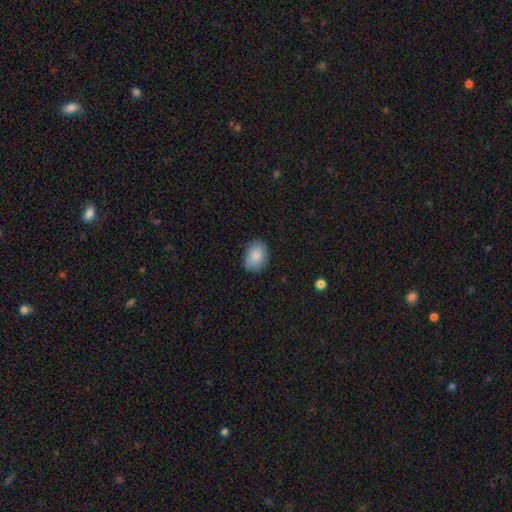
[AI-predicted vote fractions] Q: Smooth or featured?
A: smooth (86%); runner-up: star or artifact (7%)
Q: How rounded?
A: in between (76%); runner-up: round (23%)
Q: Merging?
A: none (78%); runner-up: minor disturbance (18%)